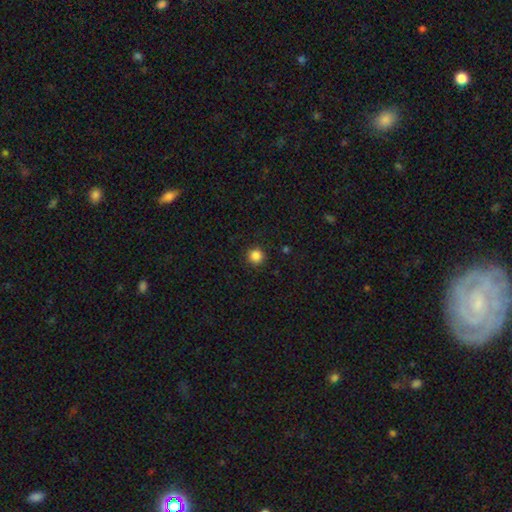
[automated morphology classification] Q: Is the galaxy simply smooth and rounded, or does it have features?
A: smooth — 85%.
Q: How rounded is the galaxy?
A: round — 95%.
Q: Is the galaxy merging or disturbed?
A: none — 91%.